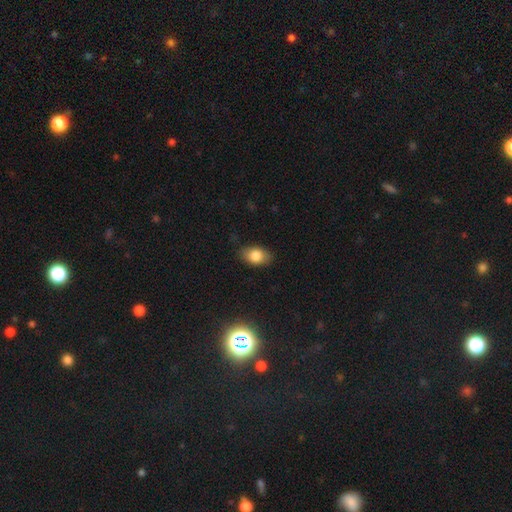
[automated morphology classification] Smooth or featured? Predicted: smooth (p=0.81). How rounded? Predicted: in between (p=0.85). Merging? Predicted: none (p=0.81).